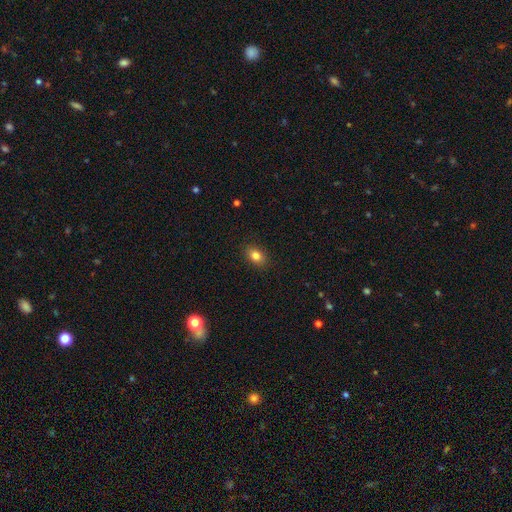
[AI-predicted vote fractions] Smooth or featured? smooth (83%)
How rounded? in between (72%)
Merging? none (89%)